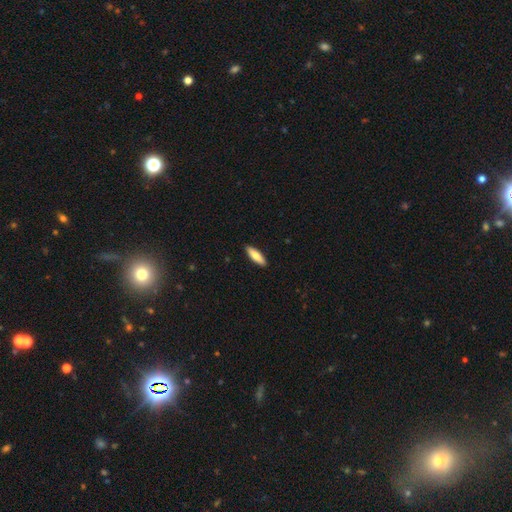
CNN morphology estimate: Q: Smooth or featured?
A: smooth (80%); runner-up: featured or disk (15%)
Q: How rounded?
A: cigar-shaped (57%); runner-up: in between (41%)
Q: Merging?
A: none (90%); runner-up: minor disturbance (7%)